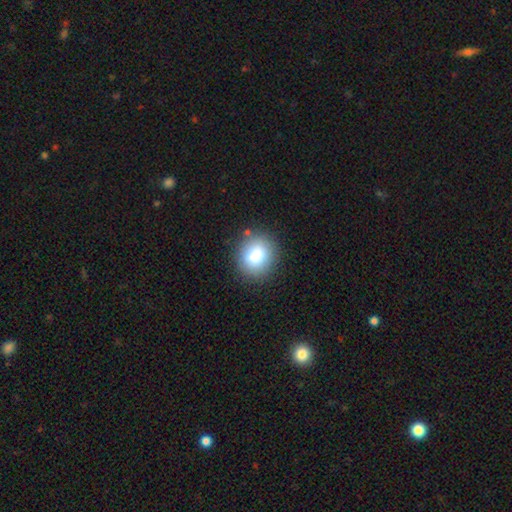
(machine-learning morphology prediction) smooth 81%, star or artifact 9%, featured or disk 9%. Down the decision tree: how rounded — round (74%); merging — none (83%).